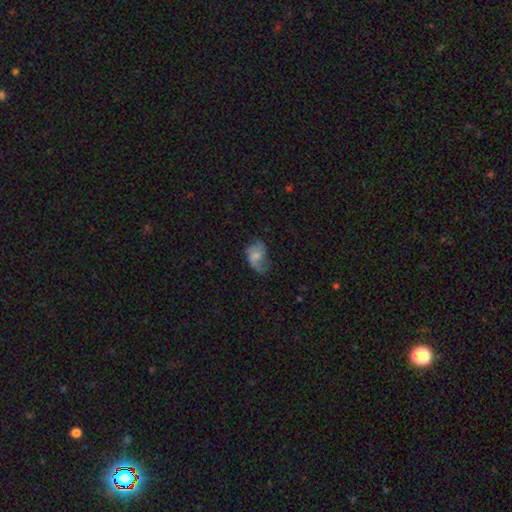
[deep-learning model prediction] Overall: smooth (46%, tied with featured or disk). Merging: none (42%; minor disturbance 31%).